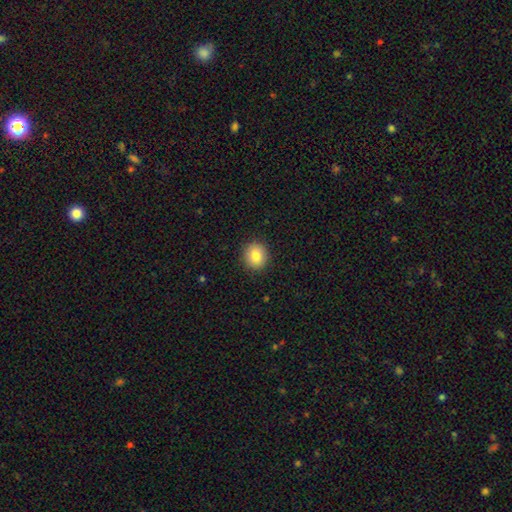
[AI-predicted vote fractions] smooth-or-featured: smooth: 83% | star or artifact: 9% | featured or disk: 8%
  how-rounded: round: 88% | in between: 11% | cigar-shaped: 1%
  merging: none: 91% | minor disturbance: 6% | major disturbance: 2% | merger: 1%